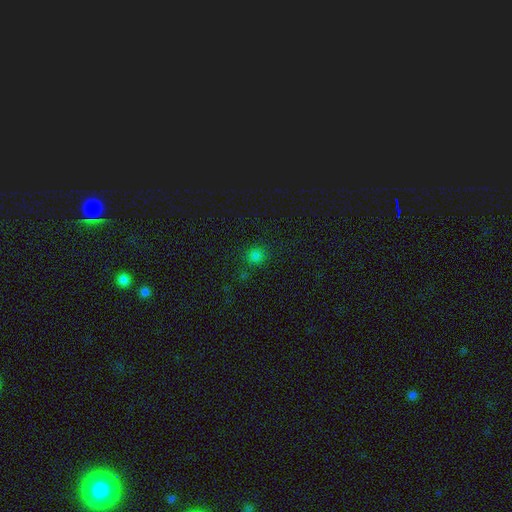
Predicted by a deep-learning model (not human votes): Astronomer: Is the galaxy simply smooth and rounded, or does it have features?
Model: smooth — 77%.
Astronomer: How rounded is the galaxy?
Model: round — 87%.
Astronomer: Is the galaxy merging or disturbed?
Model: none — 83%.